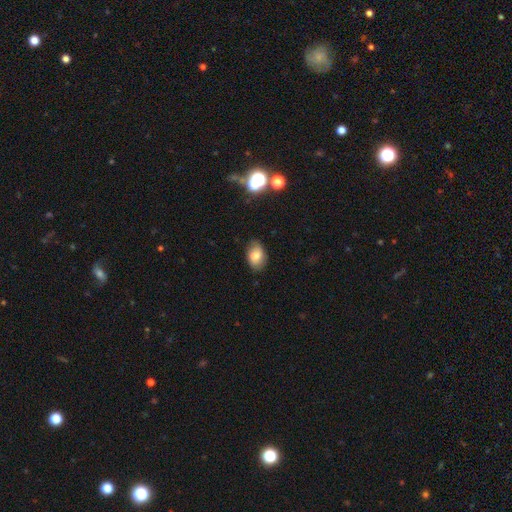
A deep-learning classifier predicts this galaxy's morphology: Smooth or featured?
  - smooth: 72% *
  - featured or disk: 17%
  - star or artifact: 10%
How rounded?
  - in between: 86% *
  - round: 12%
  - cigar-shaped: 1%
Merging?
  - none: 78% *
  - minor disturbance: 17%
  - major disturbance: 3%
  - merger: 1%